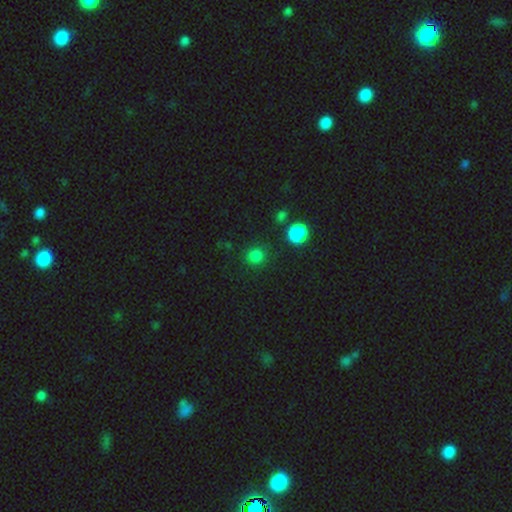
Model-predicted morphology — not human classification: smooth-or-featured: smooth: 81% | star or artifact: 15% | featured or disk: 4%
  how-rounded: round: 88% | in between: 11% | cigar-shaped: 1%
  merging: none: 85% | minor disturbance: 8% | major disturbance: 3% | merger: 3%